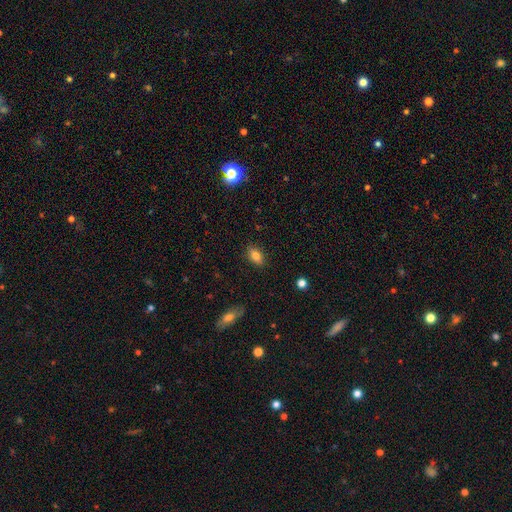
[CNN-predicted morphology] Smooth or featured? smooth (81%)
How rounded? in between (86%)
Merging? none (87%)